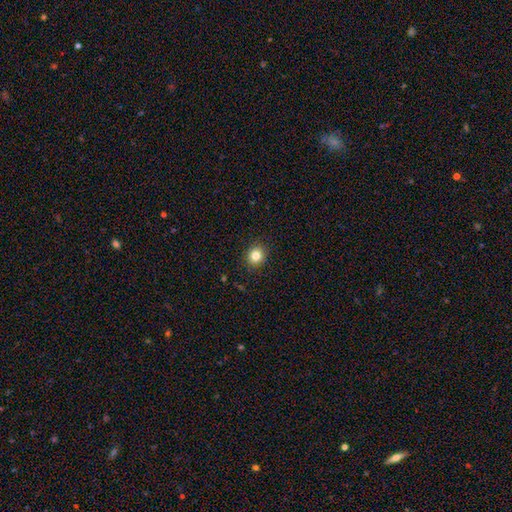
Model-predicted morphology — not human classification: A smooth galaxy with no disk features (82%) that is round (82%).

Vote fractions:
- Smooth or featured? smooth: 82% / star or artifact: 11% / featured or disk: 6%
- How rounded? round: 82% / in between: 17% / cigar-shaped: 1%
- Merging? none: 91% / minor disturbance: 6% / major disturbance: 2% / merger: 1%